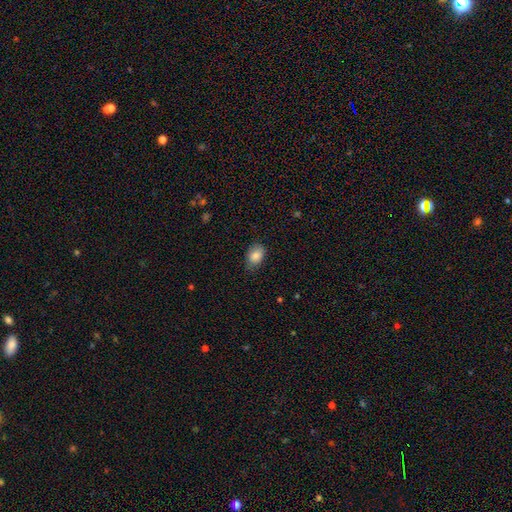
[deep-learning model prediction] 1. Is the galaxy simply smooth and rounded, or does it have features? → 85% smooth, 8% star or artifact, 7% featured or disk.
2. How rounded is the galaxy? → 76% in between, 23% round, 1% cigar-shaped.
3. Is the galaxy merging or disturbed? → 72% none, 22% minor disturbance, 4% major disturbance, 1% merger.